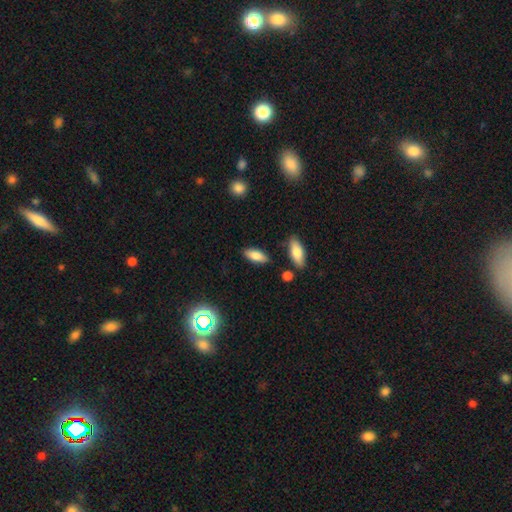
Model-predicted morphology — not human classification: smooth-or-featured: smooth: 79% | featured or disk: 13% | star or artifact: 8%
  how-rounded: in between: 79% | cigar-shaped: 19% | round: 3%
  merging: none: 83% | minor disturbance: 11% | merger: 3% | major disturbance: 3%